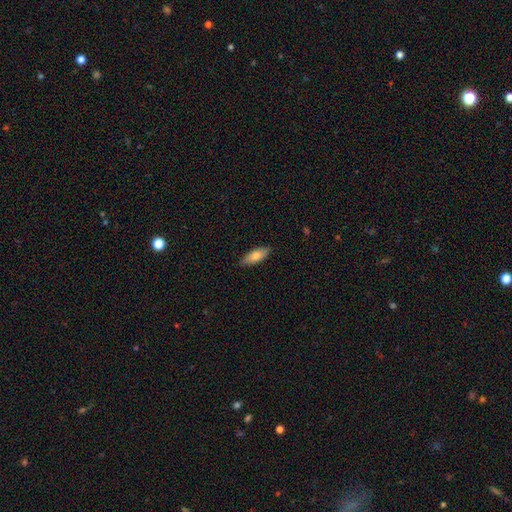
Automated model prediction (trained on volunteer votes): Overall: smooth (75%). How rounded: in between (69%; cigar-shaped 29%). Merging: none (87%).